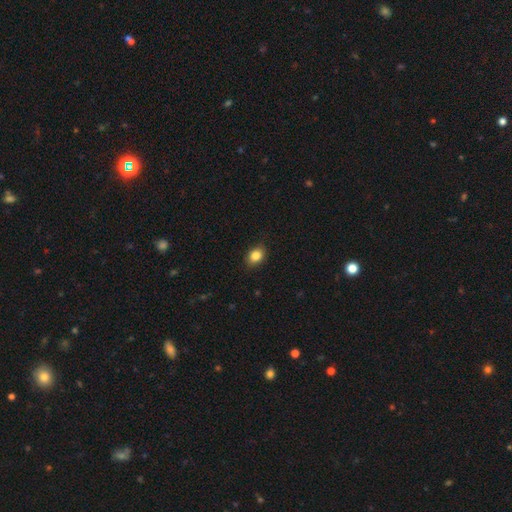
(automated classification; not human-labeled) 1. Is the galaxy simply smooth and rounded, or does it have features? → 85% smooth, 9% star or artifact, 6% featured or disk.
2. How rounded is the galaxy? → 65% in between, 34% round, 1% cigar-shaped.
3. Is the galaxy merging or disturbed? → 85% none, 12% minor disturbance, 2% major disturbance, 1% merger.